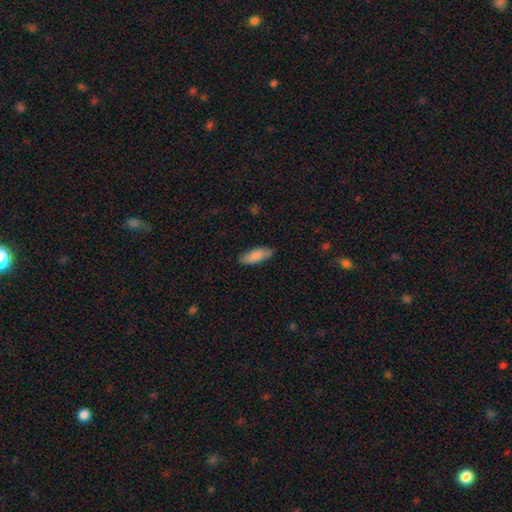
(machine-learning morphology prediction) smooth-or-featured: smooth: 85% | featured or disk: 10% | star or artifact: 6%
  how-rounded: in between: 64% | cigar-shaped: 34% | round: 2%
  merging: none: 81% | minor disturbance: 15% | major disturbance: 2% | merger: 1%